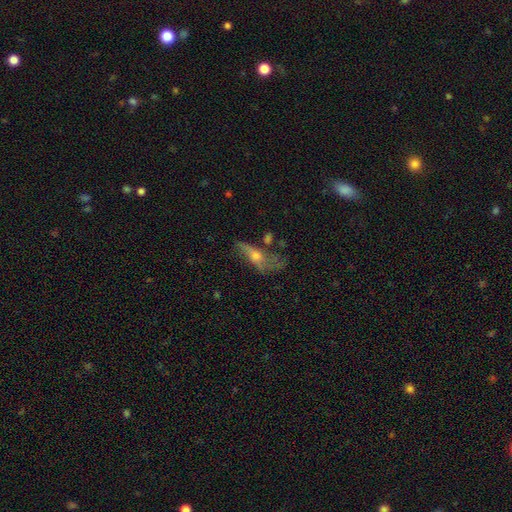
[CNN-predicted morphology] Q: Smooth or featured?
A: featured or disk (60%); runner-up: smooth (30%)
Q: Edge-on disk?
A: no (65%); runner-up: yes (35%)
Q: Merging?
A: none (37%); runner-up: major disturbance (30%)